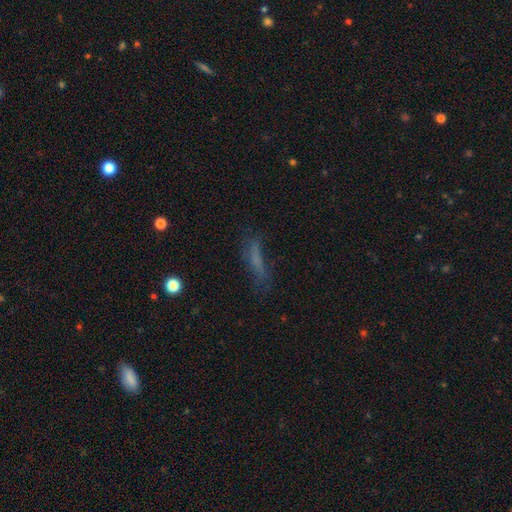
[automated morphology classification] A smooth galaxy with no disk features (53%) that is cigar-shaped (74%). Merging: none (61%).